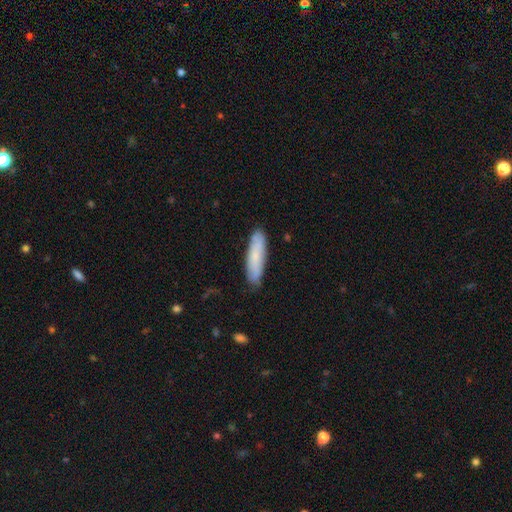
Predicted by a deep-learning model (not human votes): This appears to be a smooth galaxy with no disk features (71%) that is cigar-shaped (74%). Merging: none (84%).